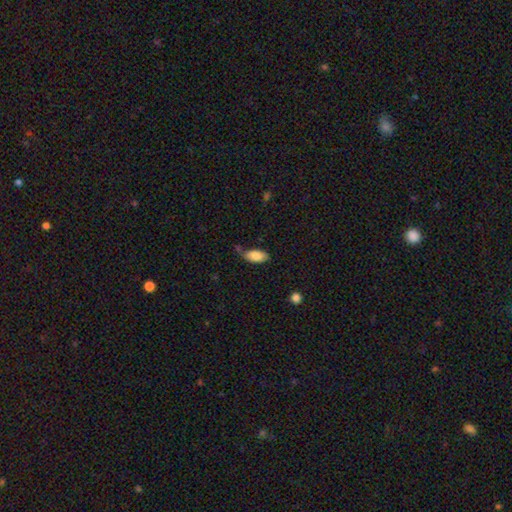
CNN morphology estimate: A smooth galaxy with no disk features (83%) that is in between round and cigar-shaped (91%). Merging: none (64%).